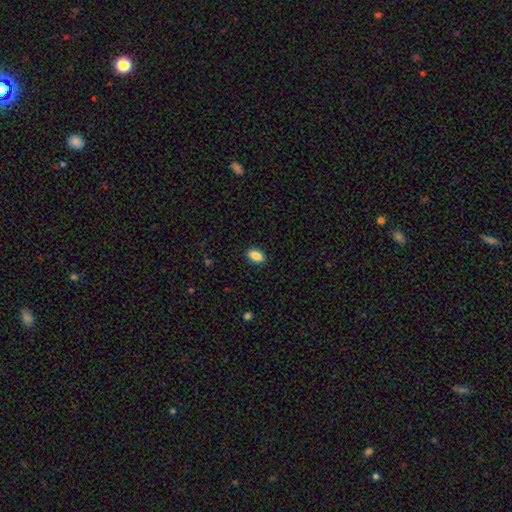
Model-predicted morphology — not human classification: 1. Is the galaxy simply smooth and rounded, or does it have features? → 87% smooth, 8% star or artifact, 5% featured or disk.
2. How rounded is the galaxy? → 89% in between, 6% round, 5% cigar-shaped.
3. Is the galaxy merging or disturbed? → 89% none, 8% minor disturbance, 2% major disturbance, 1% merger.